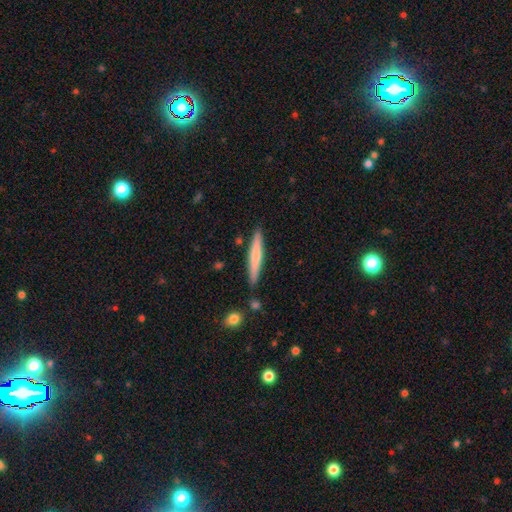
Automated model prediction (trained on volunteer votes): The model was most divided on "smooth or featured": smooth: 64%, featured or disk: 30%, star or artifact: 5%. More confident: how rounded — cigar-shaped (94%); merging — none (87%).